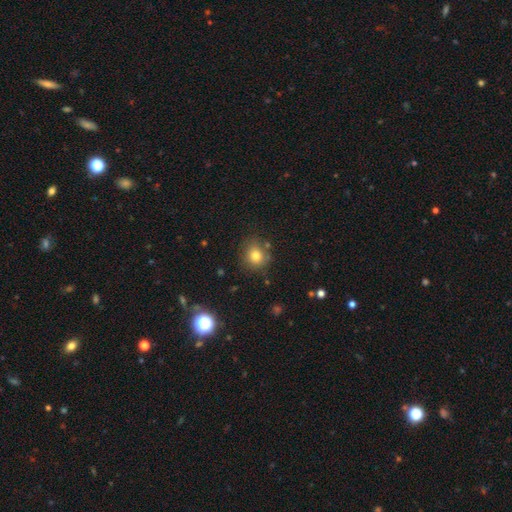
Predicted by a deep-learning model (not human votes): Smooth or featured? smooth (79%)
How rounded? round (82%)
Merging? none (79%)